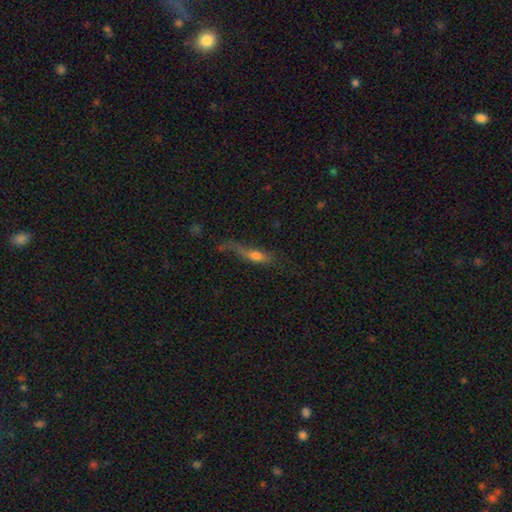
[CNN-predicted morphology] Overall: smooth (57%; featured or disk 32%). How rounded: cigar-shaped (63%; in between 33%). Merging: none (36%; major disturbance 32%).